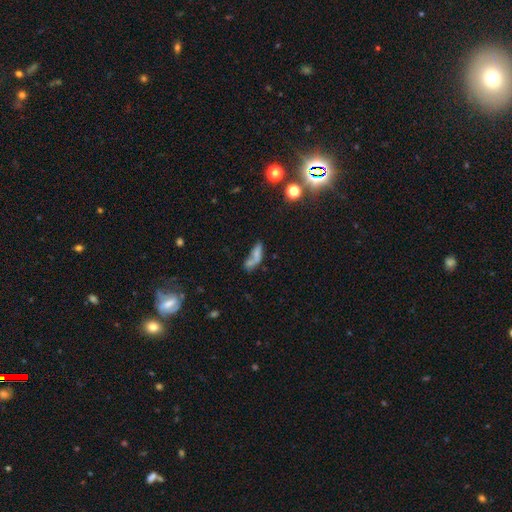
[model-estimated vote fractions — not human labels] Smooth or featured?
  - smooth: 62% *
  - featured or disk: 26%
  - star or artifact: 13%
How rounded?
  - in between: 60% *
  - cigar-shaped: 35%
  - round: 5%
Merging?
  - merger: 48% *
  - none: 26%
  - minor disturbance: 14%
  - major disturbance: 12%